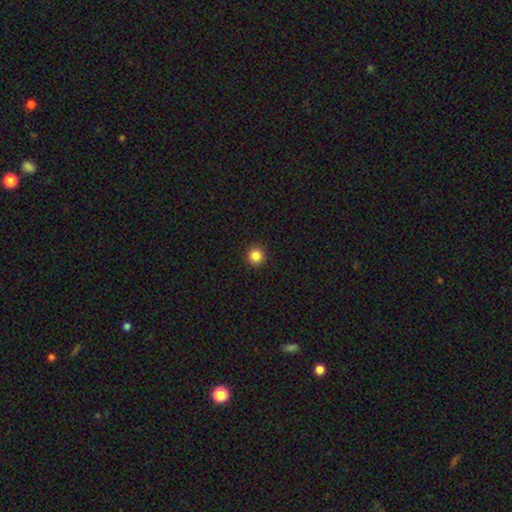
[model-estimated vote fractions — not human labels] A smooth galaxy with no disk features (85%) that is round (94%). Merging: none (93%).